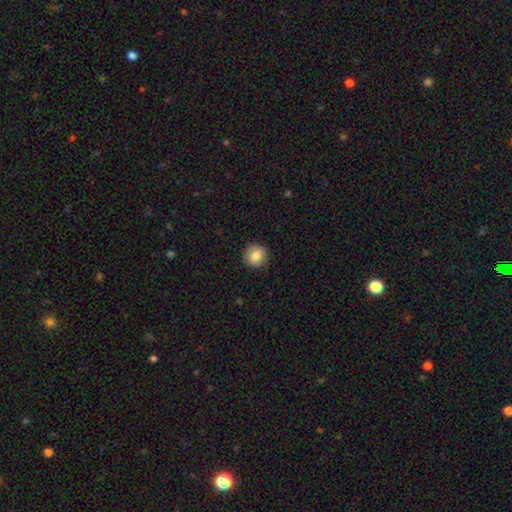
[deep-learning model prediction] Overall: smooth (85%). How rounded: round (90%). Merging: none (89%).